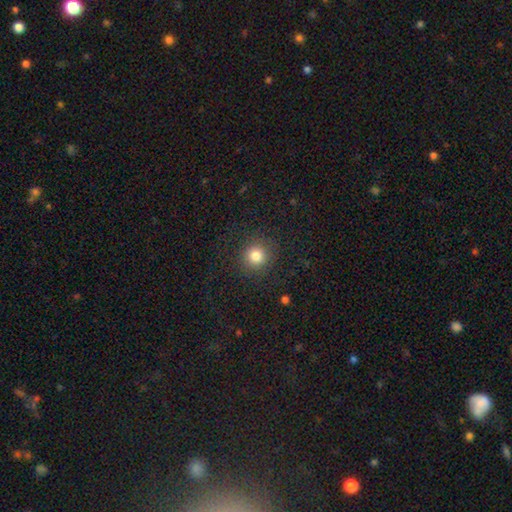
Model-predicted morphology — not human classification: Smooth or featured? smooth (82%)
How rounded? round (92%)
Merging? none (88%)